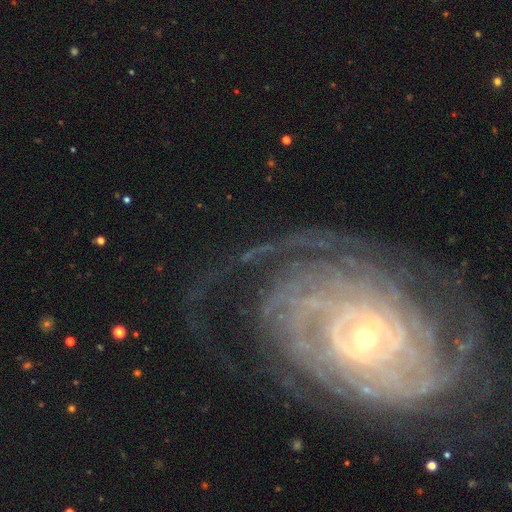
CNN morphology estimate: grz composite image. It shows a featured or disk galaxy (87%) with no bar (63%), tight (78%) spiral arms (96%) and a small central bulge (74%). Merging: none (67%).